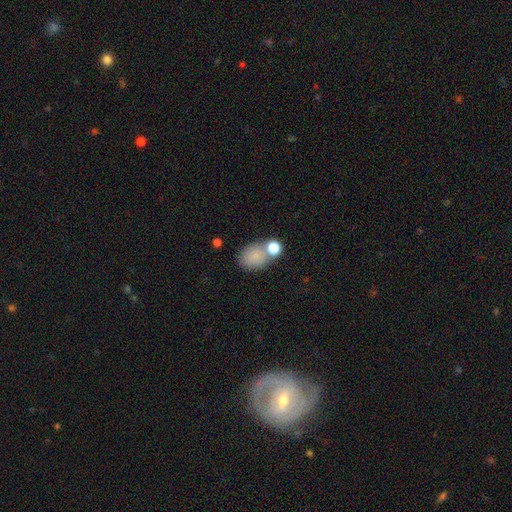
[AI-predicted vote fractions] Smooth or featured: smooth — 81% (star or artifact — 11%)
How rounded: in between — 58% (round — 41%)
Merging: none — 56% (merger — 23%)